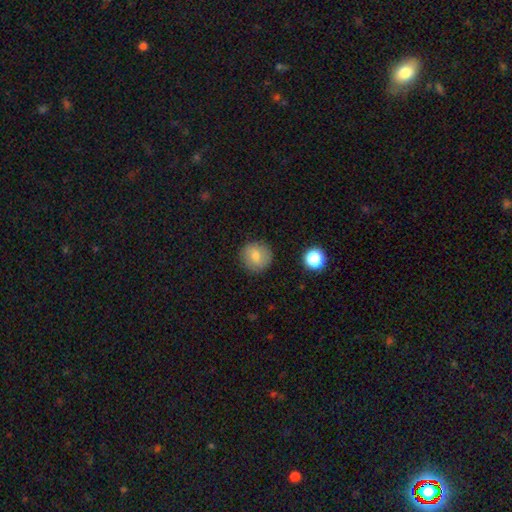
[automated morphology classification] Smooth or featured?
  - smooth: 77% *
  - featured or disk: 13%
  - star or artifact: 10%
How rounded?
  - round: 94% *
  - in between: 5%
  - cigar-shaped: 1%
Merging?
  - none: 88% *
  - minor disturbance: 8%
  - major disturbance: 2%
  - merger: 1%